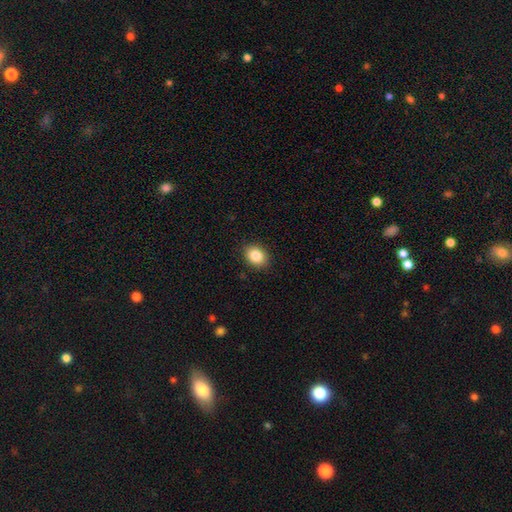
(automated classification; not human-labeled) The model was most divided on "how rounded": in between: 56%, round: 43%, cigar-shaped: 1%. More confident: merging — none (90%); smooth or featured — smooth (85%).